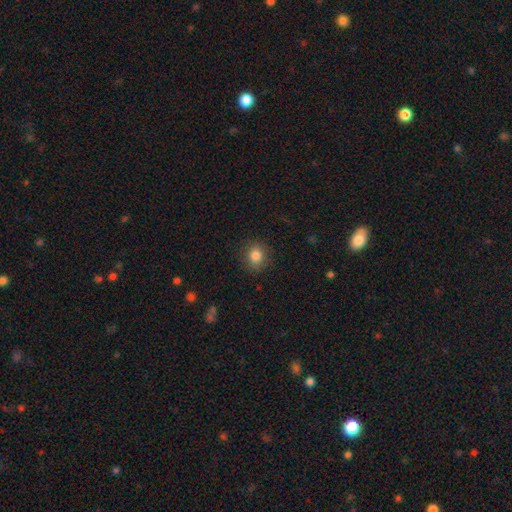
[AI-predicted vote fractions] smooth_or_featured: smooth (p=0.83) [alt: star or artifact p=0.11]
how_rounded: round (p=0.84) [alt: in between p=0.15]
merging: none (p=0.88) [alt: minor disturbance p=0.09]